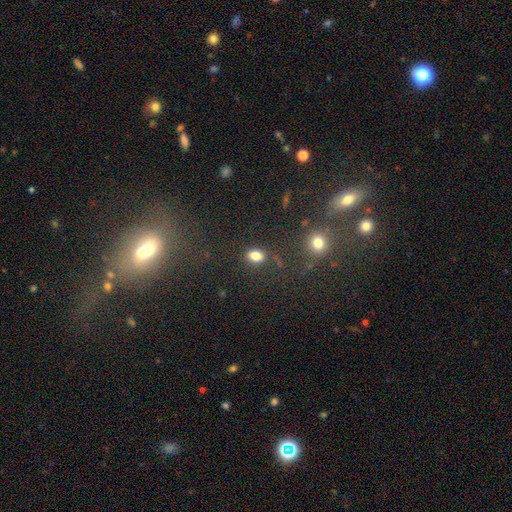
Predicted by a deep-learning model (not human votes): Smooth or featured?
  - smooth: 80% *
  - star or artifact: 13%
  - featured or disk: 7%
How rounded?
  - in between: 77% *
  - round: 21%
  - cigar-shaped: 2%
Merging?
  - none: 77% *
  - minor disturbance: 13%
  - major disturbance: 5%
  - merger: 4%